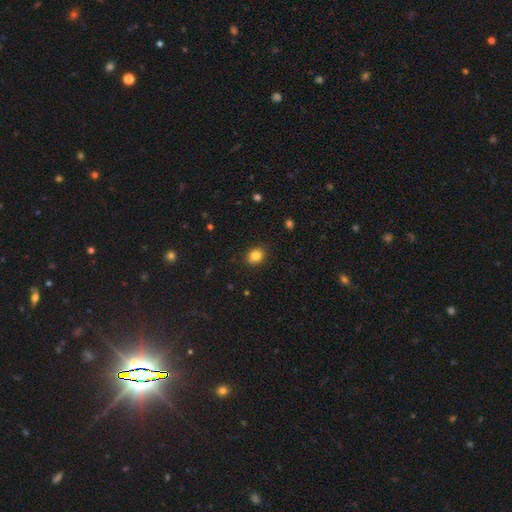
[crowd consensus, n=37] This is clearly a smooth galaxy (86%). How rounded: possibly round (56%). Merging: likely none (71%).